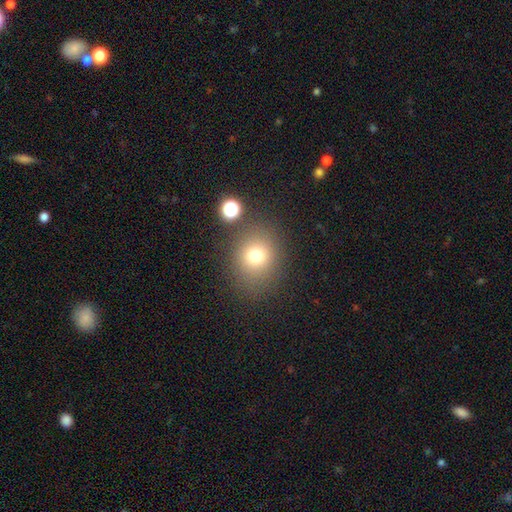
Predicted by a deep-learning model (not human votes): smooth_or_featured: smooth (p=0.76) [alt: star or artifact p=0.15]
how_rounded: round (p=0.70) [alt: in between p=0.29]
merging: none (p=0.78) [alt: minor disturbance p=0.11]